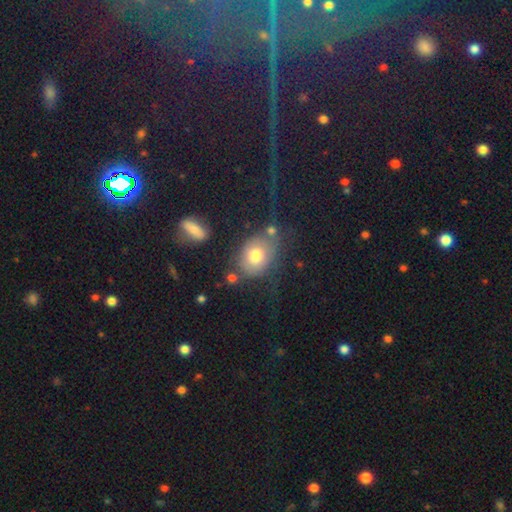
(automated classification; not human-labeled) This appears to be a smooth galaxy with no disk features (68%) that is in between round and cigar-shaped (67%). Merging: none (55%).